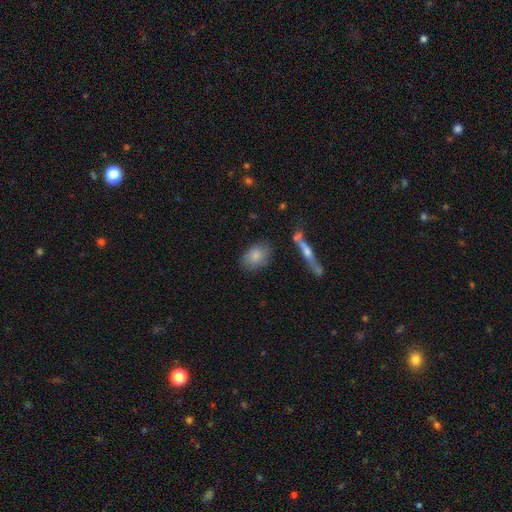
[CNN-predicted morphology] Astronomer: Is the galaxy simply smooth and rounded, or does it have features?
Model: smooth — 80%.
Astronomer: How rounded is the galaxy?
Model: in between — 83%.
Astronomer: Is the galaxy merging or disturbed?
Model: none — 77%.